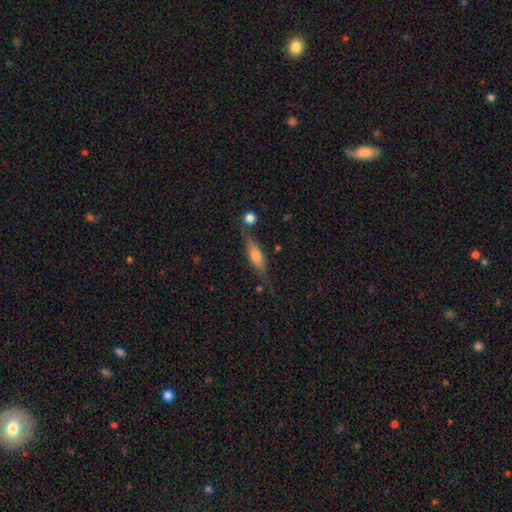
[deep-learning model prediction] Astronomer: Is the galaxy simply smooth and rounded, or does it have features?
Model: featured or disk — 47% (runner-up: smooth, 46%).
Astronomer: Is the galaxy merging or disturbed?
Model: none — 67%.